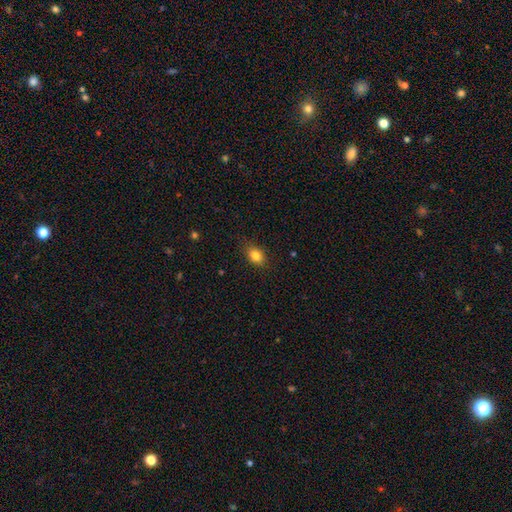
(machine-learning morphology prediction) Smooth or featured: smooth — 83% (star or artifact — 10%)
How rounded: in between — 73% (round — 25%)
Merging: none — 82% (minor disturbance — 14%)